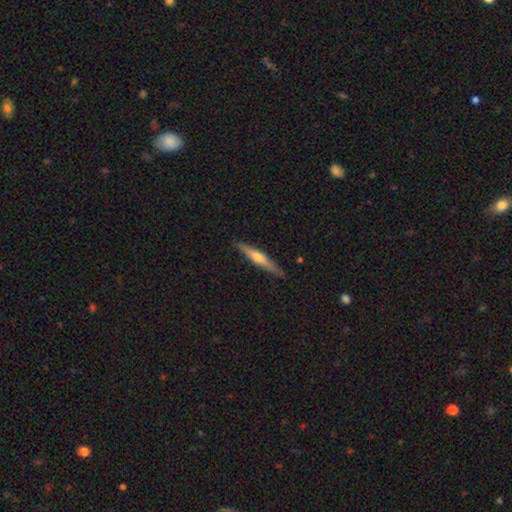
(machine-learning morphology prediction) Smooth or featured? Predicted: featured or disk (p=0.61). Edge-on disk? Predicted: yes (p=0.97). Edge-on bulge? Predicted: rounded (p=0.83). Merging? Predicted: none (p=0.89).